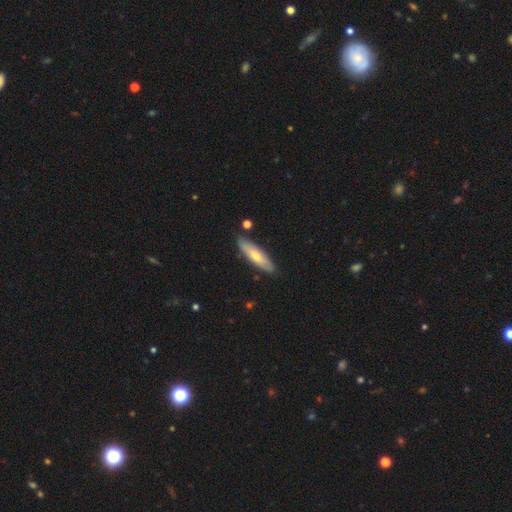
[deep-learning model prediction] Smooth or featured? smooth (58%)
How rounded? cigar-shaped (66%)
Merging? none (85%)